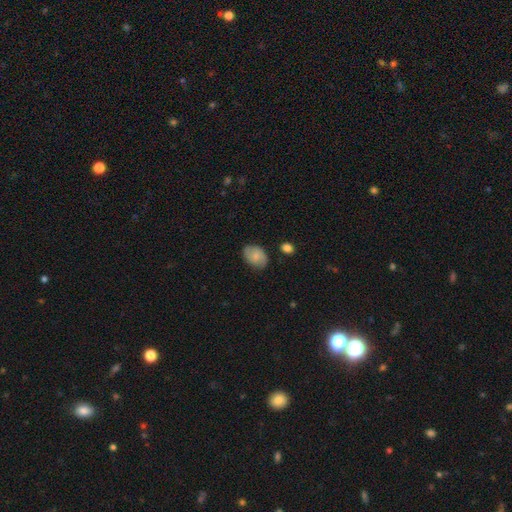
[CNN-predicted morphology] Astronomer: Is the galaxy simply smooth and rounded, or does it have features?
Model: smooth — 60%.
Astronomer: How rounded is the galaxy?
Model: in between — 77%.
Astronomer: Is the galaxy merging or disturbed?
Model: none — 77%.